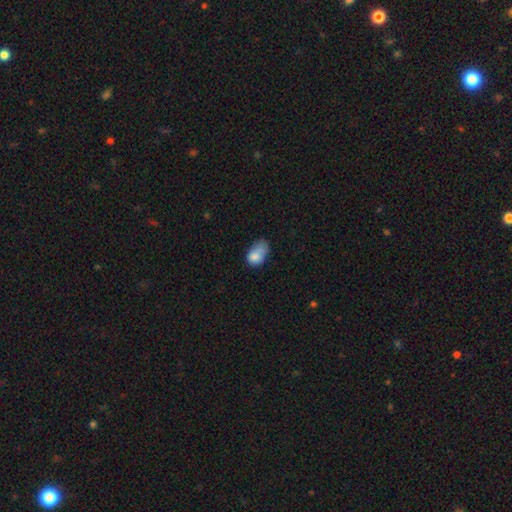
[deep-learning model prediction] A smooth galaxy with no disk features (77%) that is in between round and cigar-shaped (85%).

Vote fractions:
- Smooth or featured? smooth: 77% / featured or disk: 13% / star or artifact: 10%
- How rounded? in between: 85% / round: 14% / cigar-shaped: 2%
- Merging? minor disturbance: 38% / major disturbance: 28% / none: 25% / merger: 10%